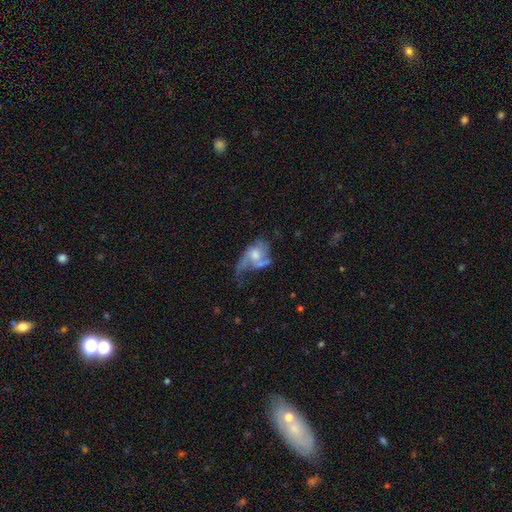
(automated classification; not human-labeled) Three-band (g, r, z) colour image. It shows a featured or disk galaxy (64%) with no bar (72%), spiral arms (70%) and a moderate central bulge (54%). Merging: major disturbance (48%).